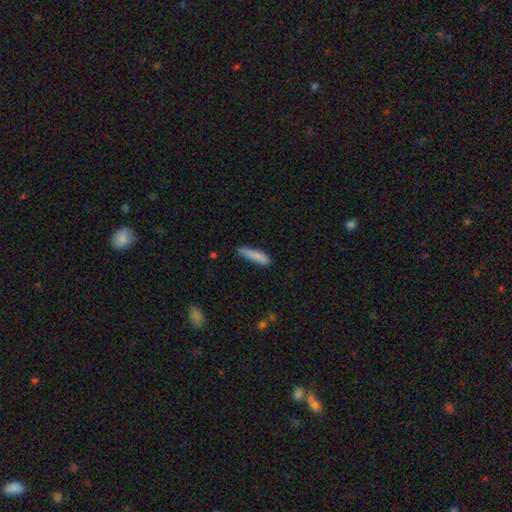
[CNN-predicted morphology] Overall: smooth (83%). How rounded: cigar-shaped (80%). Merging: none (71%).